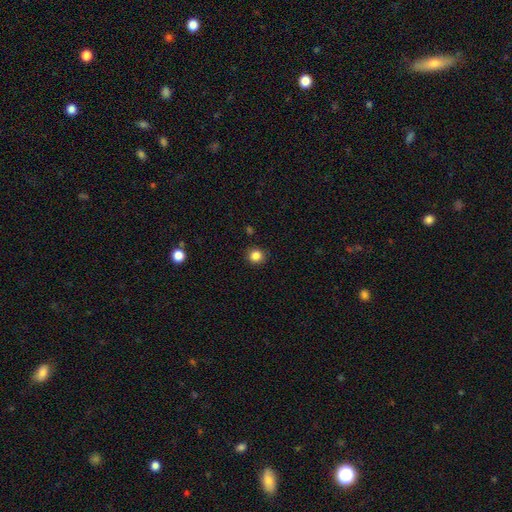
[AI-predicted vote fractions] Smooth or featured? smooth (84%)
How rounded? round (88%)
Merging? none (90%)